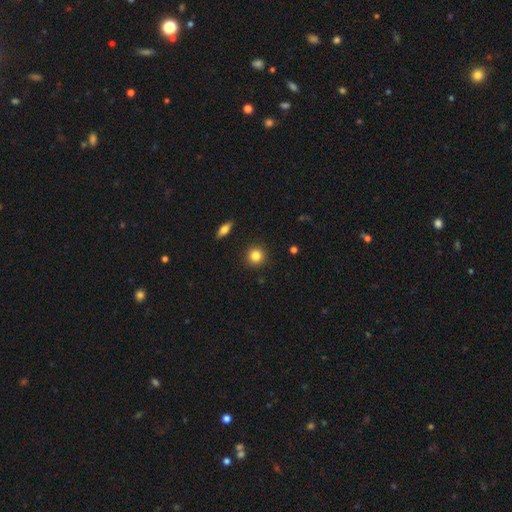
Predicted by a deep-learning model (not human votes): Morphology: type=smooth (84%); roundness=round (92%); merging=none (91%).